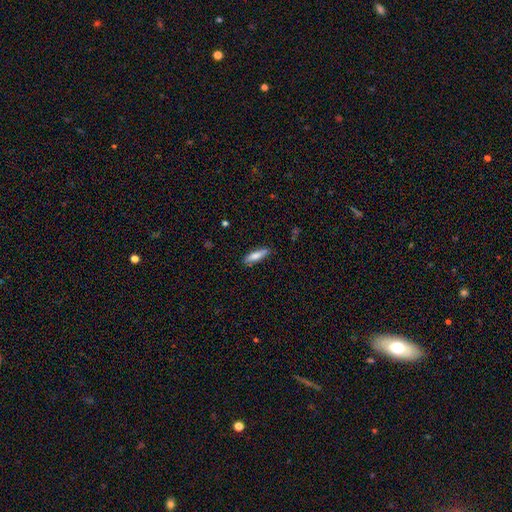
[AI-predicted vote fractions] The model was most divided on "how rounded": cigar-shaped: 67%, in between: 31%, round: 2%. More confident: merging — none (82%); smooth or featured — smooth (75%).